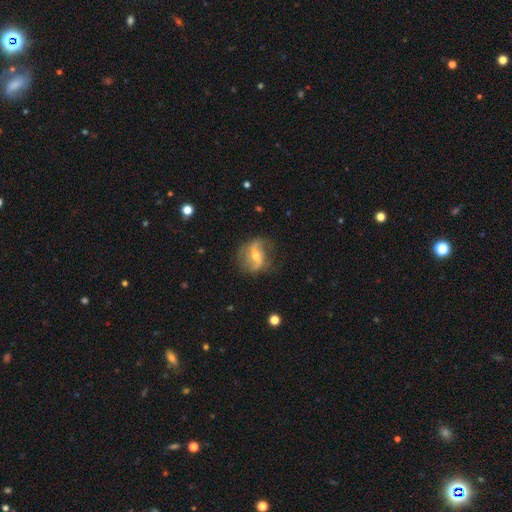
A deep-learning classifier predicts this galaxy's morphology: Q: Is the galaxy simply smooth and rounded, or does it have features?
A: featured or disk — 76%.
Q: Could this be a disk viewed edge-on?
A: no — 94%.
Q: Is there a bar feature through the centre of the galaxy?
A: weak — 37%.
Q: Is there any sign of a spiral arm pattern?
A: yes — 85%.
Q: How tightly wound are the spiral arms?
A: loose — 68%.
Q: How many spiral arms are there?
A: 2 — 87%.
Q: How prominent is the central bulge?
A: moderate — 59%.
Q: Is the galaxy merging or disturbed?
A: none — 71%.